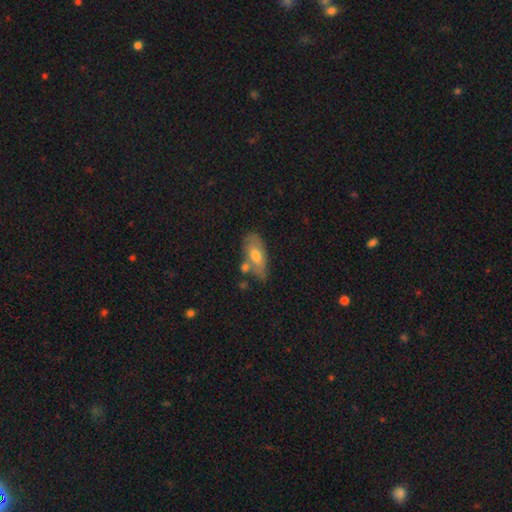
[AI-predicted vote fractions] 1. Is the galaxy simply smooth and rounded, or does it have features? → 63% smooth, 31% featured or disk, 6% star or artifact.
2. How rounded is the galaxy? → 84% in between, 12% cigar-shaped, 4% round.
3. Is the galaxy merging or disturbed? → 59% none, 20% minor disturbance, 15% merger, 6% major disturbance.